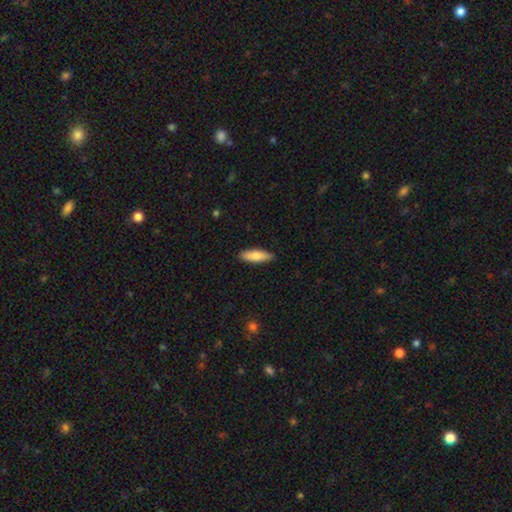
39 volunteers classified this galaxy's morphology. This appears to be a smooth galaxy with no disk features (82%) that is cigar-shaped (66%). Merging: none (86%).